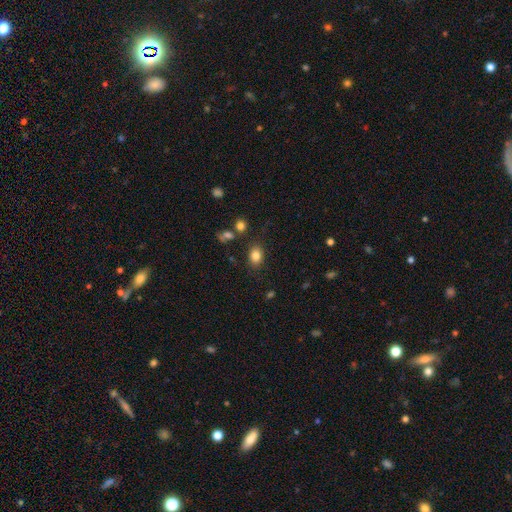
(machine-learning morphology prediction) Overall: smooth (83%). How rounded: in between (70%). Merging: none (80%).